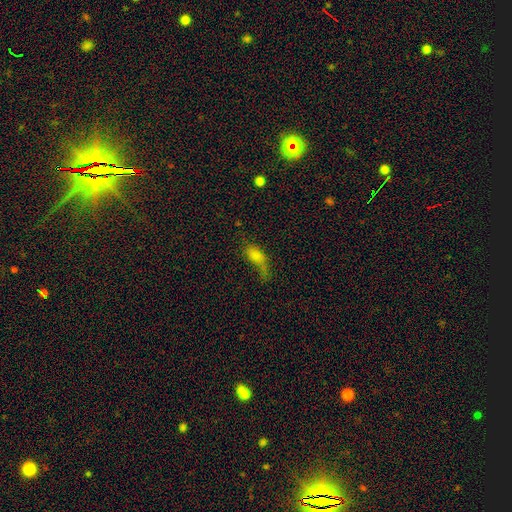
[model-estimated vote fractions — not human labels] Smooth or featured? smooth (62%)
How rounded? in between (72%)
Merging? major disturbance (38%)